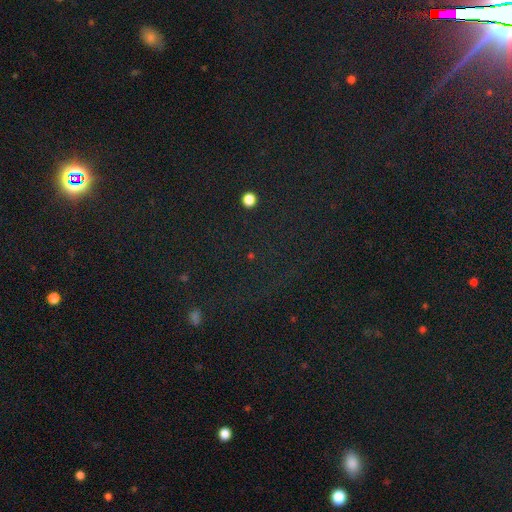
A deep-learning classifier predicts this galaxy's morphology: This is likely a star or artifact rather than a galaxy (79%).